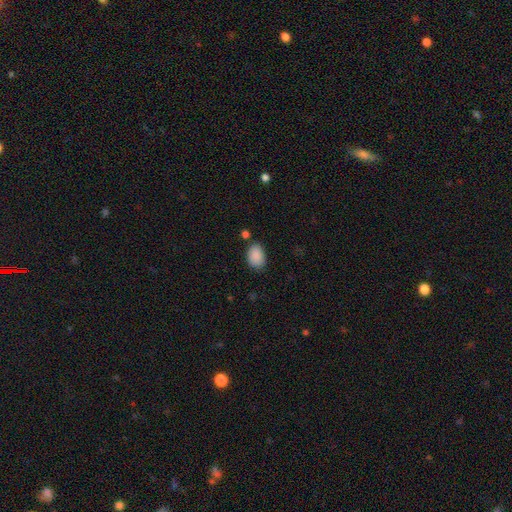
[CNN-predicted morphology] The model was most divided on "merging": none: 76%, minor disturbance: 16%, merger: 5%, major disturbance: 4%. More confident: smooth or featured — smooth (89%); how rounded — in between (84%).